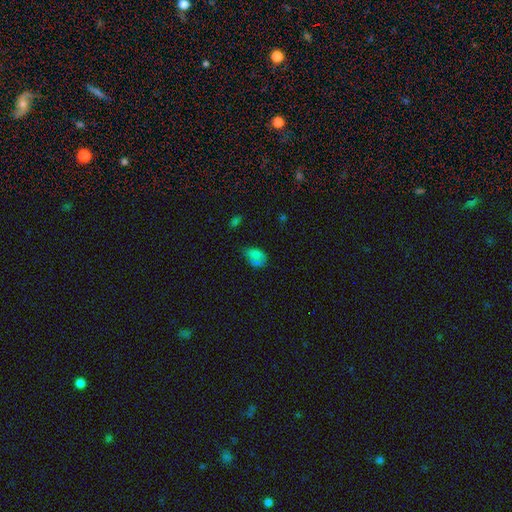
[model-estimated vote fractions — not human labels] This is likely a smooth galaxy (72%). How rounded: clearly in between (82%). Merging: marginally none (44%).